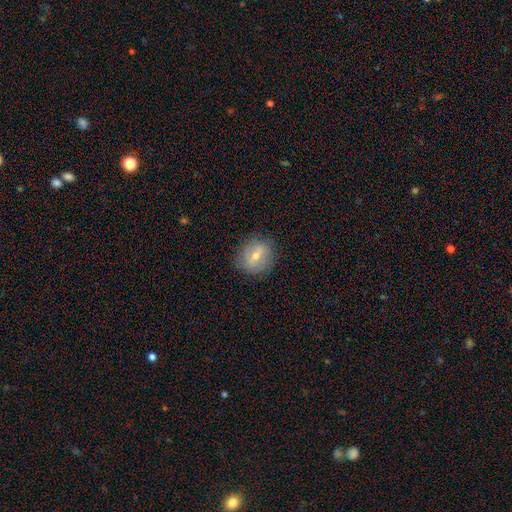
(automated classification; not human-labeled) Overall: smooth (53%; featured or disk 35%). How rounded: round (80%). Merging: none (84%).